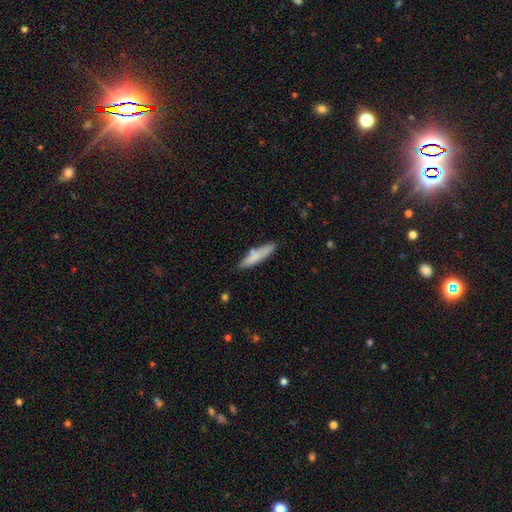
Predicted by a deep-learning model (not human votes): Smooth or featured?
  - smooth: 78% *
  - featured or disk: 16%
  - star or artifact: 6%
How rounded?
  - cigar-shaped: 82% *
  - in between: 17%
  - round: 1%
Merging?
  - none: 77% *
  - minor disturbance: 15%
  - merger: 6%
  - major disturbance: 3%